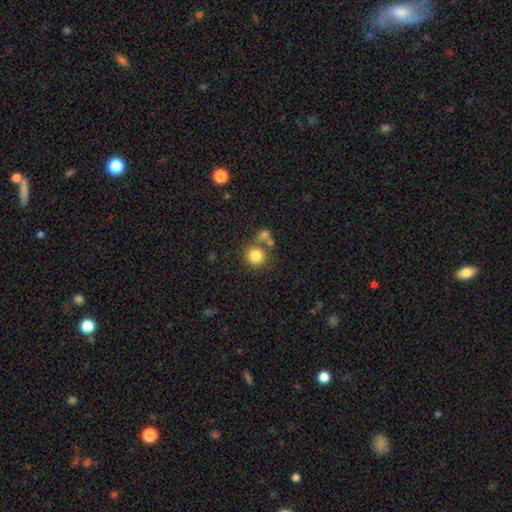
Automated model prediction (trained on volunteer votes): smooth 81%, star or artifact 11%, featured or disk 8%. Down the decision tree: how rounded — round (90%); merging — none (64%).